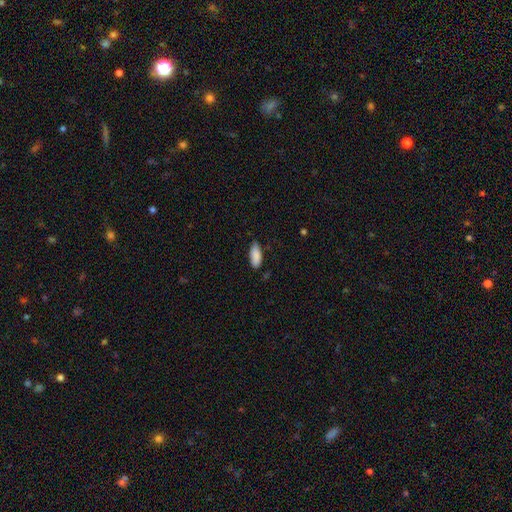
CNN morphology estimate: Smooth or featured: smooth — 88% (star or artifact — 6%)
How rounded: in between — 82% (cigar-shaped — 17%)
Merging: none — 73% (minor disturbance — 23%)